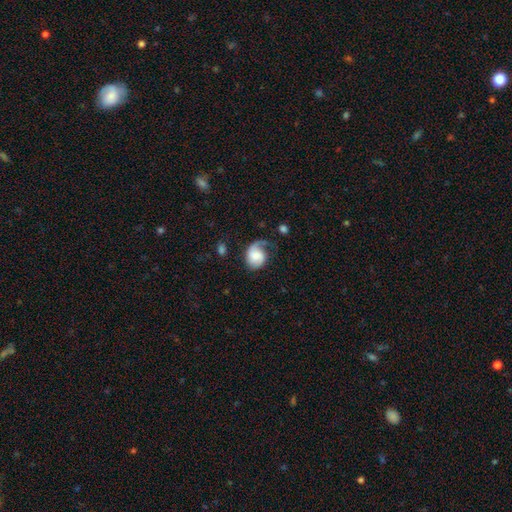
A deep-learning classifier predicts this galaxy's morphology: smooth-or-featured: featured or disk: 57% | smooth: 36% | star or artifact: 7%
  disk-edge-on: no: 98% | yes: 2%
    bar: no: 63% | weak: 31% | strong: 6%
    has-spiral-arms: yes: 91% | no: 9%
      spiral-winding: loose: 39% | medium: 37% | tight: 24%
      spiral-arm-count: 1: 53% | 2: 39% | can't tell: 6% | 3: 1% | 4: 1% | more than 4: 1%
    bulge-size: moderate: 32% | small: 25% | large: 21% | none: 16% | dominant: 6%
  merging: none: 41% | minor disturbance: 28% | major disturbance: 28% | merger: 3%